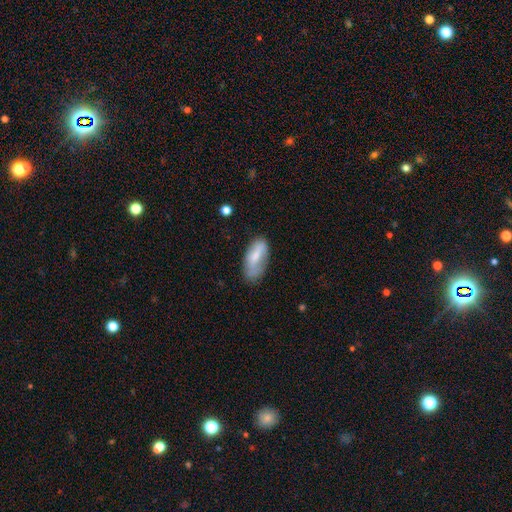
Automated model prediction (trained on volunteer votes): smooth-or-featured: smooth: 71% | featured or disk: 22% | star or artifact: 7%
  how-rounded: in between: 87% | cigar-shaped: 10% | round: 2%
  merging: none: 55% | minor disturbance: 31% | major disturbance: 11% | merger: 3%